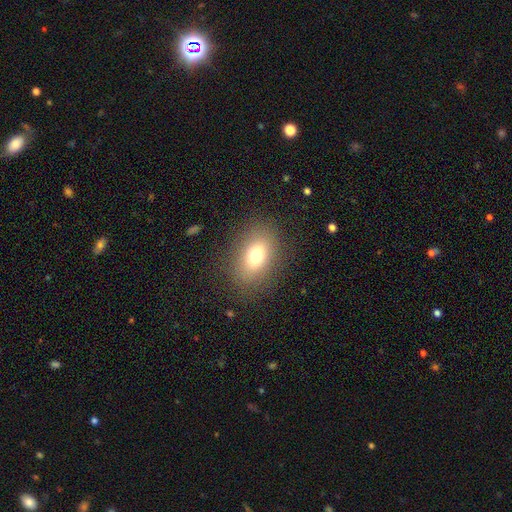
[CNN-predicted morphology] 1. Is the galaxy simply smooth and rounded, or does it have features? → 74% smooth, 14% featured or disk, 12% star or artifact.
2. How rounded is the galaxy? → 80% in between, 18% round, 2% cigar-shaped.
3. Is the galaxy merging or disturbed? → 84% none, 10% minor disturbance, 5% major disturbance, 1% merger.